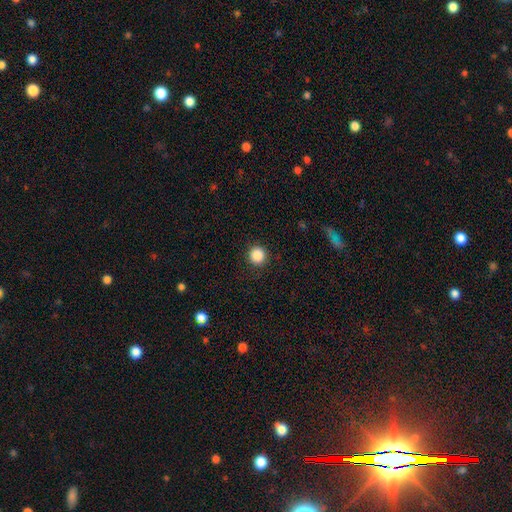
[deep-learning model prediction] smooth-or-featured: smooth: 87% | star or artifact: 10% | featured or disk: 3%
  how-rounded: round: 94% | in between: 5% | cigar-shaped: 1%
  merging: none: 91% | minor disturbance: 5% | major disturbance: 2% | merger: 1%